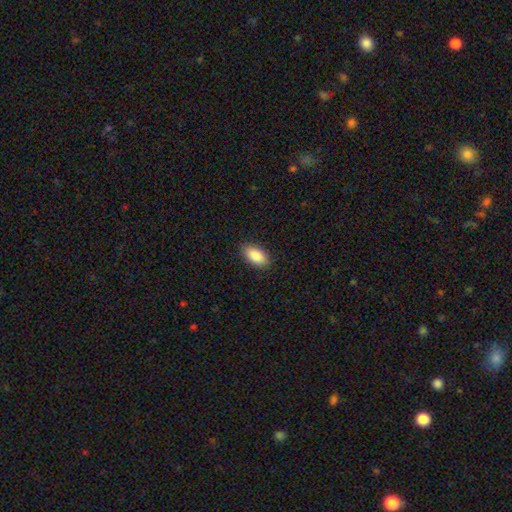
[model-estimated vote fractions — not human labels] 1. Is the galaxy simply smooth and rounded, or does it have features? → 88% smooth, 6% star or artifact, 6% featured or disk.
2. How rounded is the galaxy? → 94% in between, 3% cigar-shaped, 3% round.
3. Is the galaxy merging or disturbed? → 89% none, 8% minor disturbance, 2% major disturbance, 1% merger.